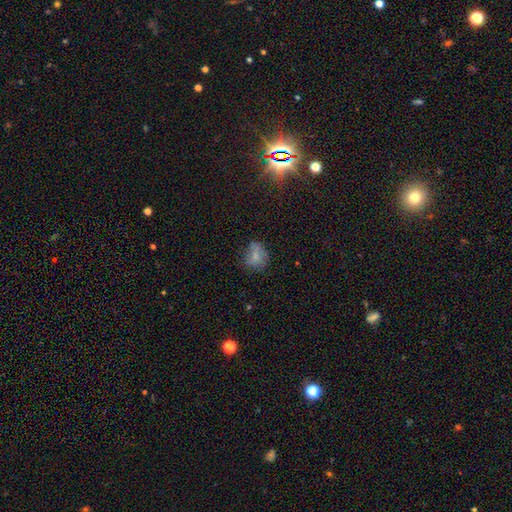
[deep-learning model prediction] This appears to be a smooth galaxy with no disk features (66%) that is round (60%). Merging: none (50%).